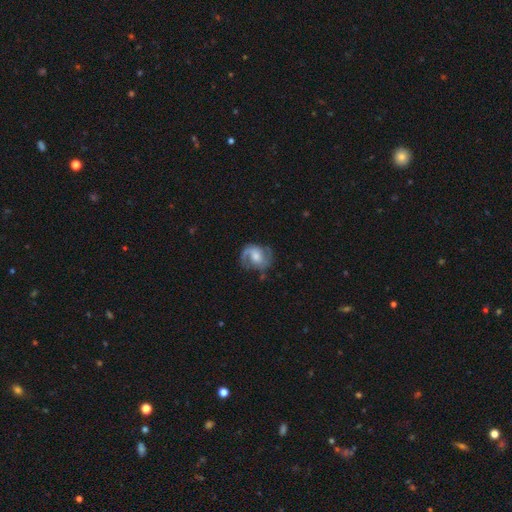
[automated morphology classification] smooth_or_featured: featured or disk (p=0.75) [alt: smooth p=0.18]
disk_edge_on: no (p=0.98) [alt: yes p=0.02]
bar: no (p=0.49) [alt: weak p=0.40]
has_spiral_arms: yes (p=0.93) [alt: no p=0.07]
spiral_winding: medium (p=0.51) [alt: loose p=0.27]
spiral_arm_count: 2 (p=0.83) [alt: 1 p=0.07]
bulge_size: moderate (p=0.51) [alt: small p=0.26]
merging: none (p=0.69) [alt: minor disturbance p=0.19]